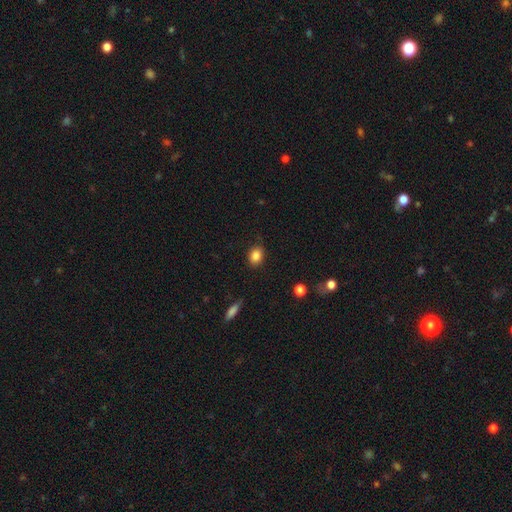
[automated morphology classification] This is clearly a smooth galaxy (85%). How rounded: possibly in between (52%). Merging: clearly none (82%).